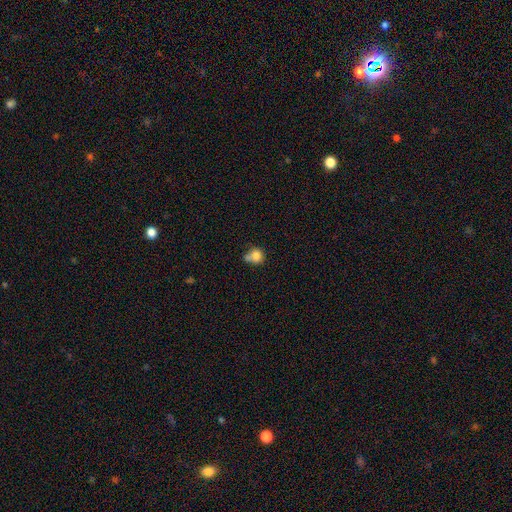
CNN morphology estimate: Smooth or featured? Predicted: smooth (p=0.80). How rounded? Predicted: round (p=0.80). Merging? Predicted: none (p=0.43).